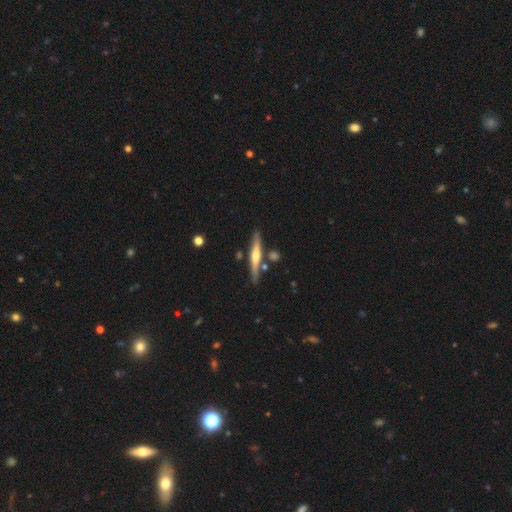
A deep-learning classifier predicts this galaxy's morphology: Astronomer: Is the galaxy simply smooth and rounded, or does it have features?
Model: featured or disk — 61%.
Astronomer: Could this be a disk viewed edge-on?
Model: yes — 96%.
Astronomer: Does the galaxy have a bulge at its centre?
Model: rounded — 80%.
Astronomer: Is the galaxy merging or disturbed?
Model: none — 81%.